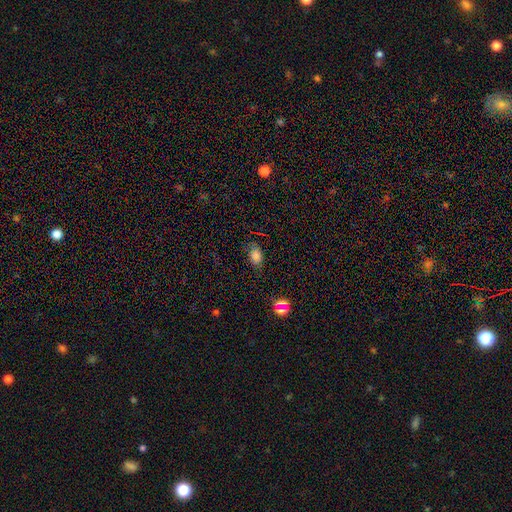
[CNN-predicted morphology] Smooth or featured: smooth — 74% (star or artifact — 19%)
How rounded: in between — 82% (round — 16%)
Merging: none — 70% (minor disturbance — 21%)